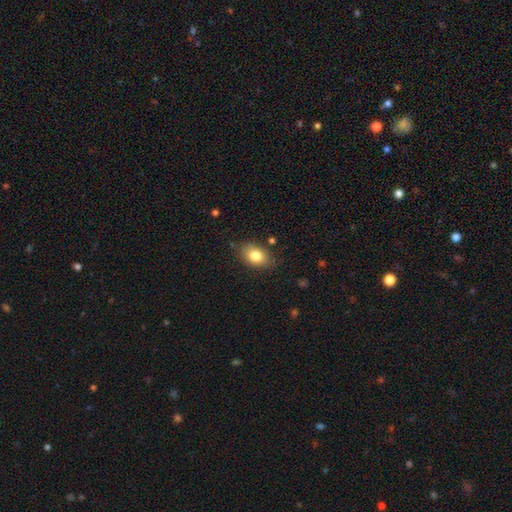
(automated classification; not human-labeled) smooth-or-featured: smooth: 81% | featured or disk: 10% | star or artifact: 8%
  how-rounded: in between: 83% | round: 15% | cigar-shaped: 2%
  merging: none: 80% | minor disturbance: 15% | major disturbance: 3% | merger: 2%